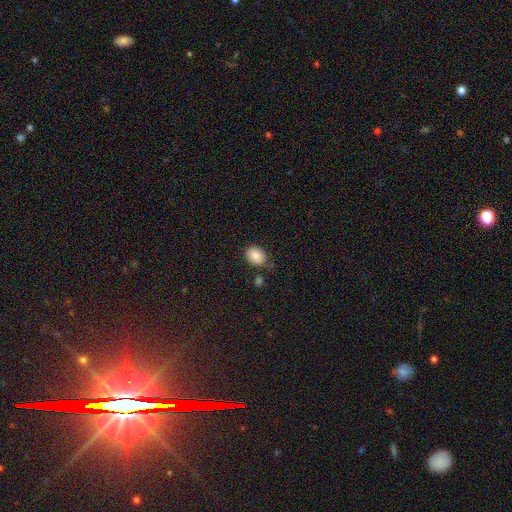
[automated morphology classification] Smooth or featured? smooth (86%)
How rounded? in between (67%)
Merging? none (73%)